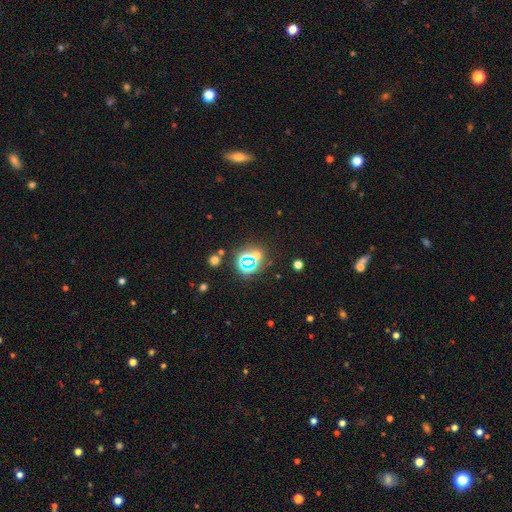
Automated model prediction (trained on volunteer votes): Overall: star or artifact (64%; smooth 25%).